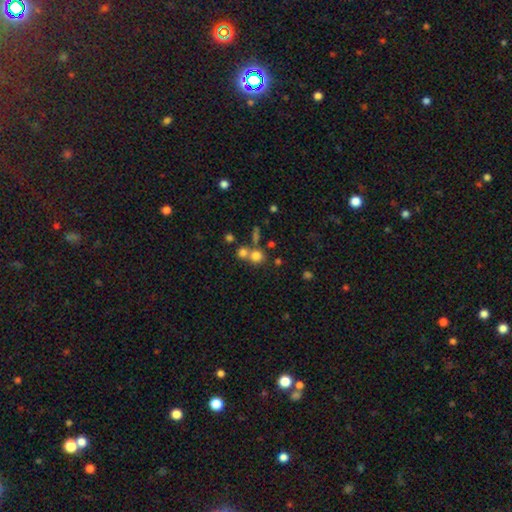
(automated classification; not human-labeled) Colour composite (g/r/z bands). It shows a smooth galaxy with no disk features (74%) that is round (83%). Merging: none (47%).